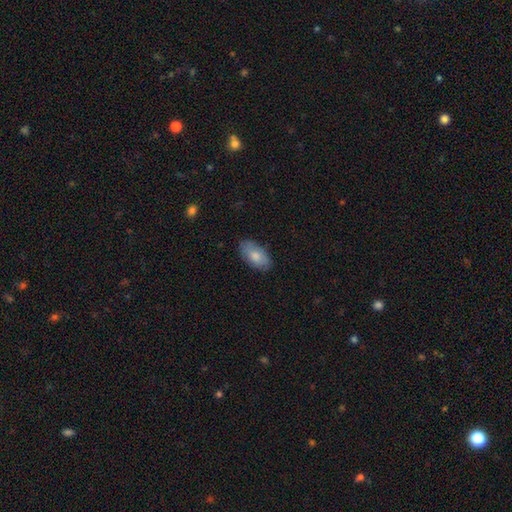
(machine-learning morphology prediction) A smooth galaxy with no disk features (78%) that is in between round and cigar-shaped (95%). Merging: none (81%).